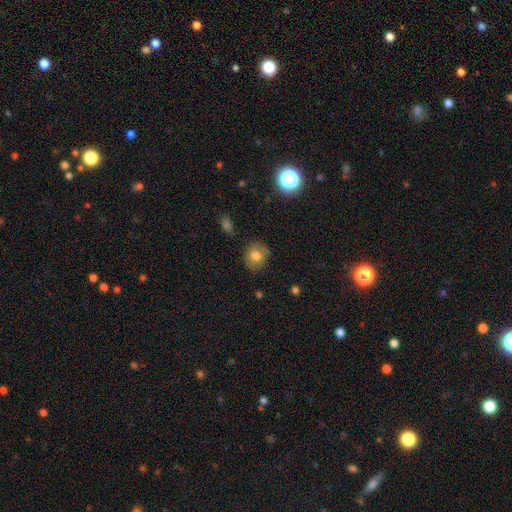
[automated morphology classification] Q: Smooth or featured?
A: smooth (76%); runner-up: featured or disk (13%)
Q: How rounded?
A: round (77%); runner-up: in between (22%)
Q: Merging?
A: none (80%); runner-up: minor disturbance (14%)